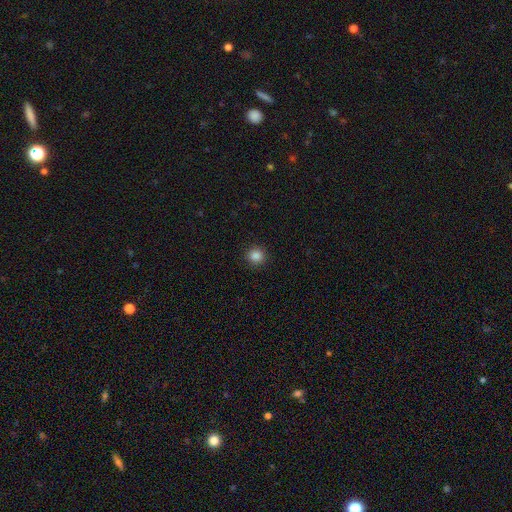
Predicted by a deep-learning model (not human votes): smooth_or_featured: smooth (p=0.86) [alt: star or artifact p=0.11]
how_rounded: round (p=0.92) [alt: in between p=0.07]
merging: none (p=0.92) [alt: minor disturbance p=0.05]